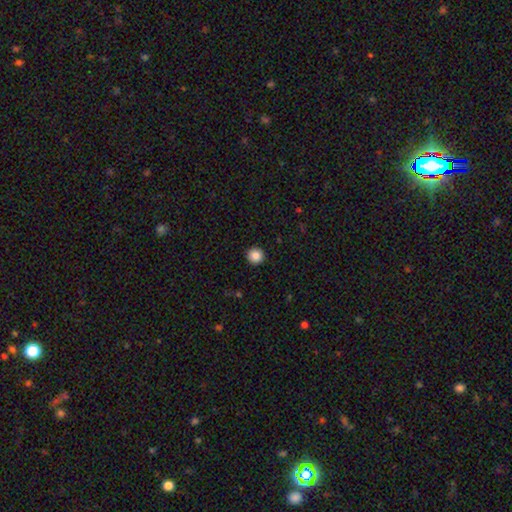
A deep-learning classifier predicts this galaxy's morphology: Smooth or featured?
  - smooth: 86% *
  - star or artifact: 10%
  - featured or disk: 5%
How rounded?
  - round: 96% *
  - in between: 3%
  - cigar-shaped: 1%
Merging?
  - none: 93% *
  - minor disturbance: 4%
  - major disturbance: 1%
  - merger: 1%